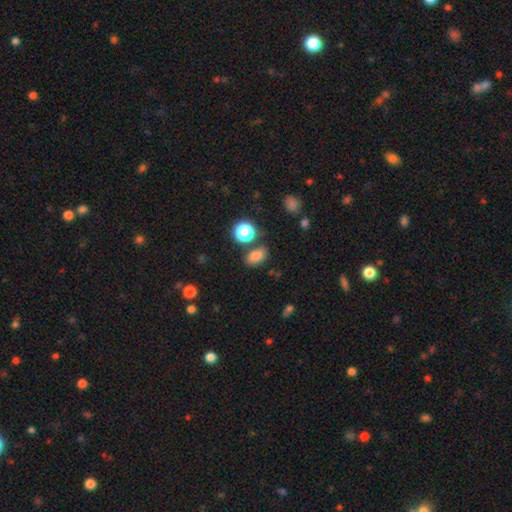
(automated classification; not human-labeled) Smooth or featured: smooth — 78% (star or artifact — 15%)
How rounded: in between — 79% (round — 20%)
Merging: none — 75% (minor disturbance — 12%)